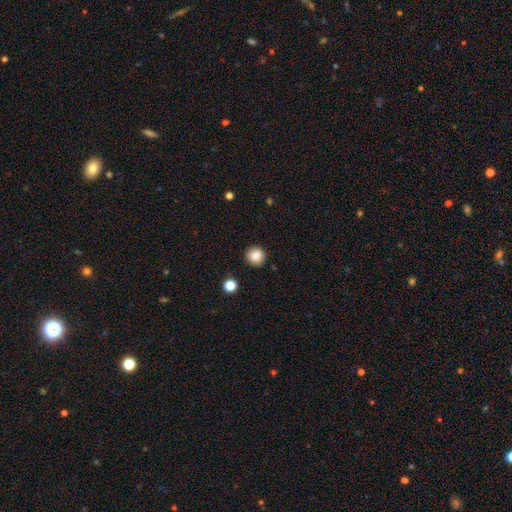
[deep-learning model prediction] Overall: smooth (86%). How rounded: round (91%). Merging: none (88%).